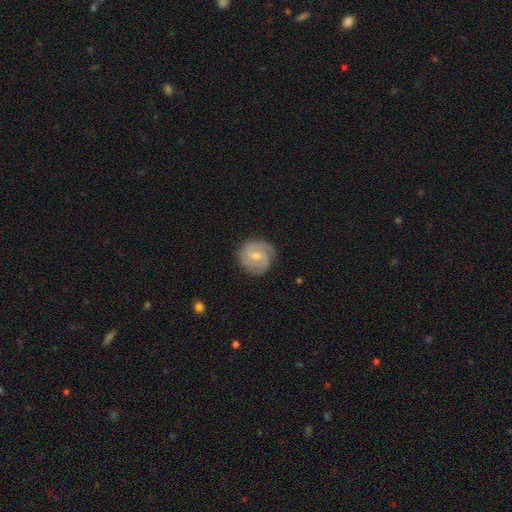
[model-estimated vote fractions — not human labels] This is likely a featured or disk galaxy (75%). It is clearly not viewed edge-on (98%). Bar: possibly no (49%). Spiral arm pattern: clearly yes (95%). Spiral arm count: possibly 2 (50%). Spiral winding: possibly tight (54%). Central bulge: possibly moderate (51%). Merging: likely none (79%).